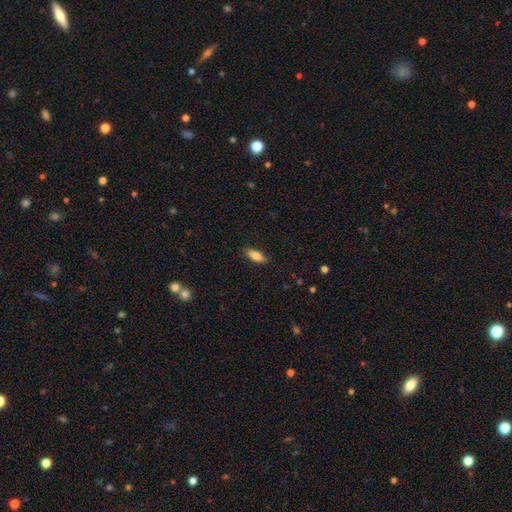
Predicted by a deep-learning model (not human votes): This appears to be a smooth galaxy with no disk features (81%) that is in between round and cigar-shaped (75%). Merging: none (86%).